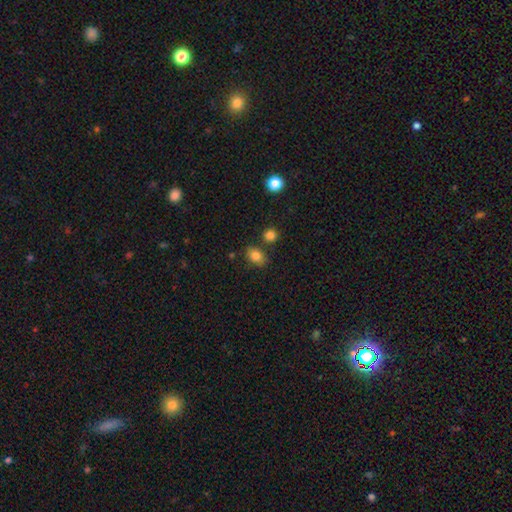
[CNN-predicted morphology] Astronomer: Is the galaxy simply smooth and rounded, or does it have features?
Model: smooth — 83%.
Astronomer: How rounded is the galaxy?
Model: in between — 68%.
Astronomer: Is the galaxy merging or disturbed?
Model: none — 75%.